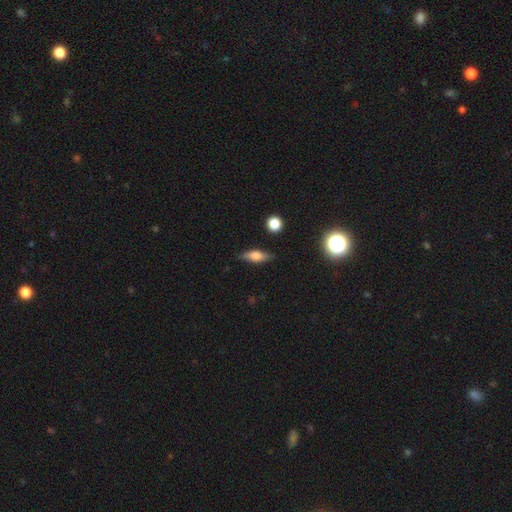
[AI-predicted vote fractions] This appears to be a smooth galaxy with no disk features (49%). Merging: none (83%).